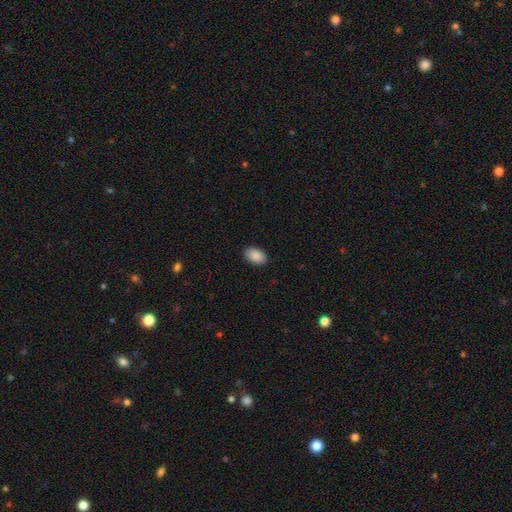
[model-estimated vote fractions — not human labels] Smooth or featured: smooth — 90% (star or artifact — 7%)
How rounded: in between — 92% (round — 6%)
Merging: none — 89% (minor disturbance — 8%)